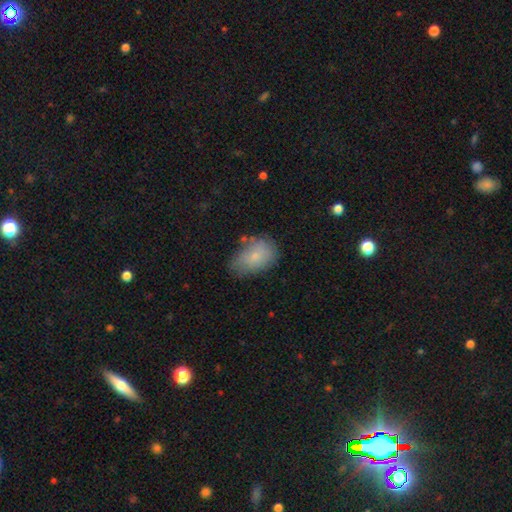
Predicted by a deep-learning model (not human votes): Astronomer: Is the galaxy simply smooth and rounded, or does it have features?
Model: smooth — 77%.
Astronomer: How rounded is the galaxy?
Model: in between — 83%.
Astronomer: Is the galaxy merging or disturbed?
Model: none — 57%.